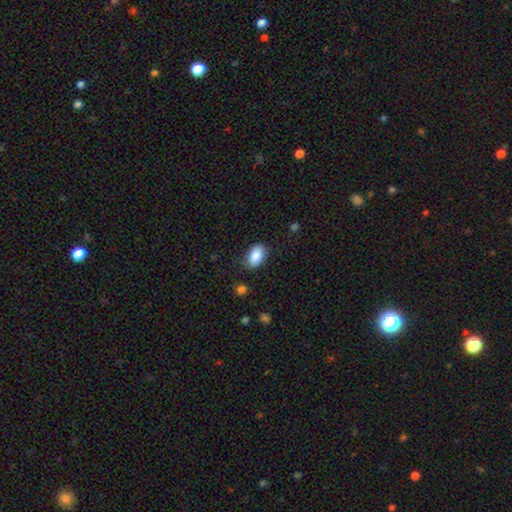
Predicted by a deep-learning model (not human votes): Smooth or featured? Predicted: smooth (p=0.87). How rounded? Predicted: in between (p=0.90). Merging? Predicted: none (p=0.83).